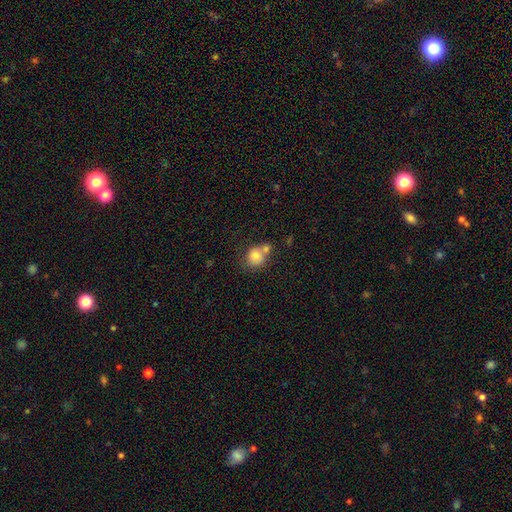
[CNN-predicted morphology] Smooth or featured? smooth (77%)
How rounded? round (79%)
Merging? none (44%)